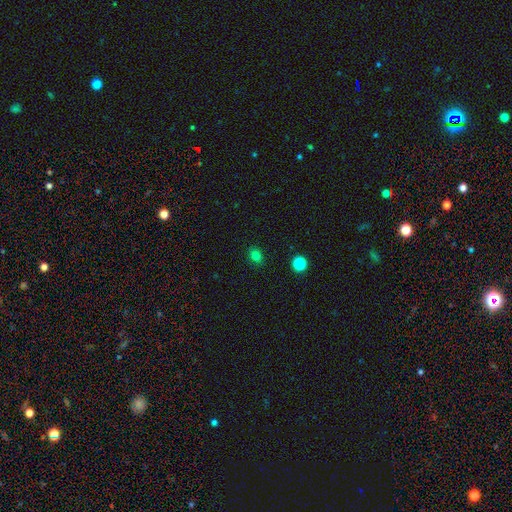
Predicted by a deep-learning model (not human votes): Morphology: type=smooth (79%); roundness=round (54%); merging=none (88%).